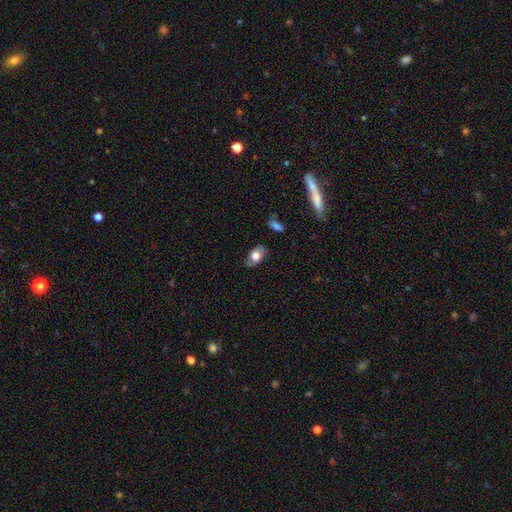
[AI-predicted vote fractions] Morphology: type=smooth (67%); roundness=in between (87%); merging=none (69%).